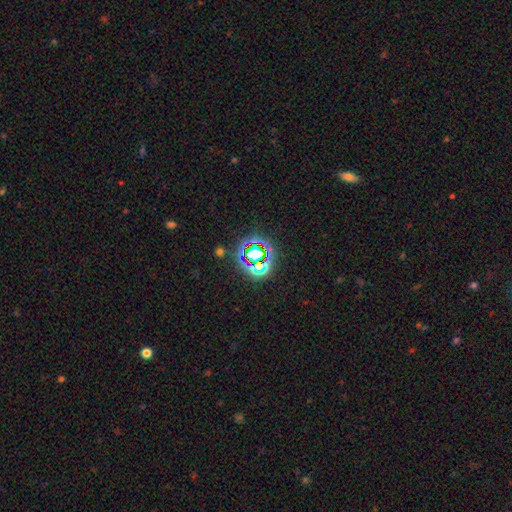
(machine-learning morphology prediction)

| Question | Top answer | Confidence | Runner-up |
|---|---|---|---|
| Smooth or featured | star or artifact | 69% | smooth (18%) |